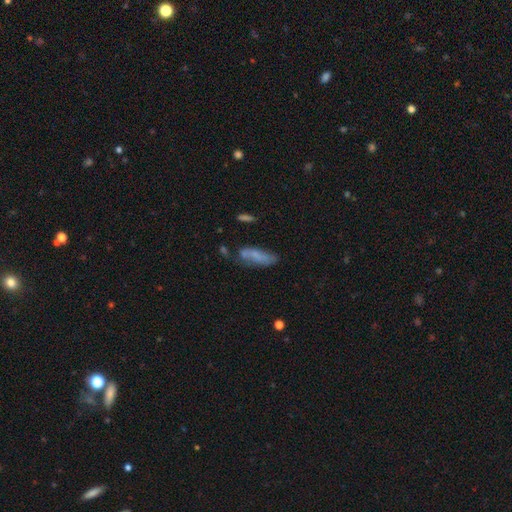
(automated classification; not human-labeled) A smooth galaxy with no disk features (60%) that is in between round and cigar-shaped (53%).

Vote fractions:
- Smooth or featured? smooth: 60% / featured or disk: 30% / star or artifact: 10%
- How rounded? in between: 53% / cigar-shaped: 44% / round: 3%
- Merging? none: 49% / minor disturbance: 26% / merger: 12% / major disturbance: 12%